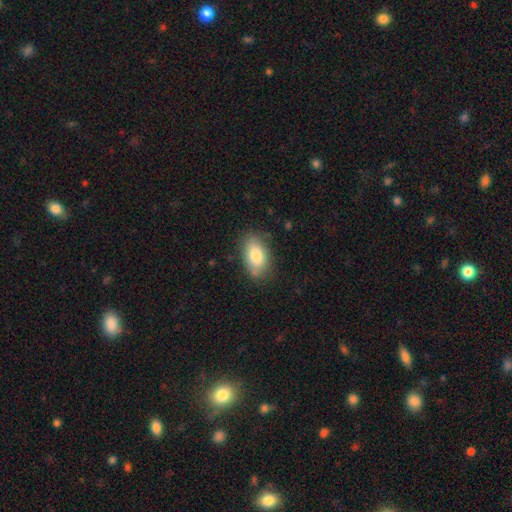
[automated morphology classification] This appears to be a smooth galaxy with no disk features (82%) that is in between round and cigar-shaped (92%). Merging: none (78%).